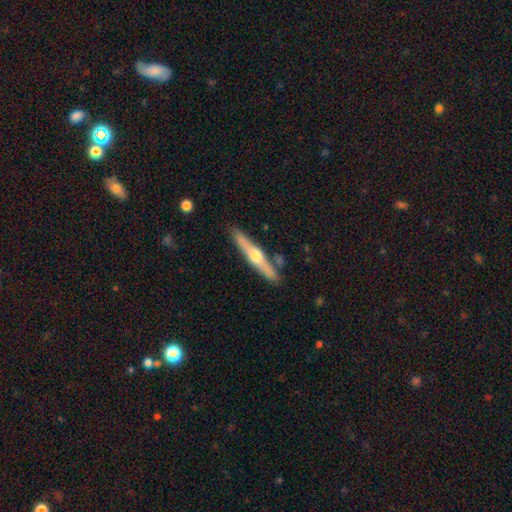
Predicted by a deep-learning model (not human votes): Q: Smooth or featured?
A: featured or disk (62%); runner-up: smooth (33%)
Q: Edge-on disk?
A: yes (95%); runner-up: no (5%)
Q: Edge-on bulge?
A: rounded (92%); runner-up: none (5%)
Q: Merging?
A: none (84%); runner-up: minor disturbance (10%)